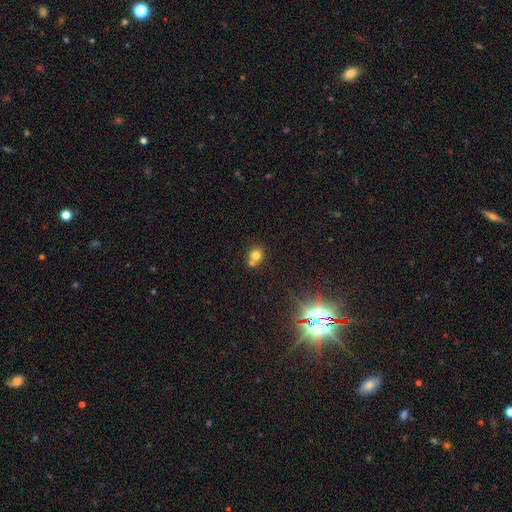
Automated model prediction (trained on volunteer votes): Smooth or featured?
  - smooth: 73% *
  - star or artifact: 15%
  - featured or disk: 12%
How rounded?
  - round: 75% *
  - in between: 24%
  - cigar-shaped: 1%
Merging?
  - none: 47% *
  - merger: 40%
  - minor disturbance: 10%
  - major disturbance: 4%